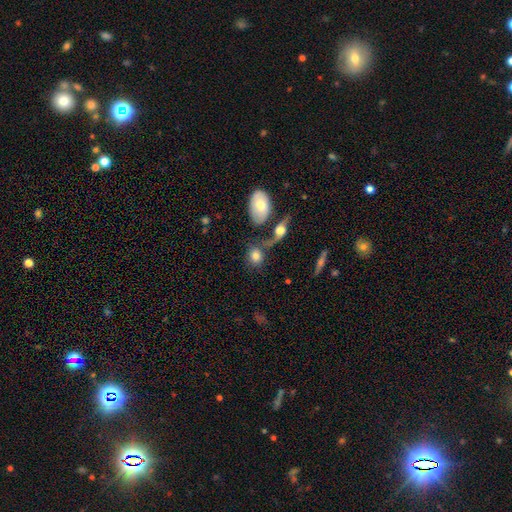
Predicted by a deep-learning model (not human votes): Smooth or featured? smooth (77%)
How rounded? round (61%)
Merging? none (46%)